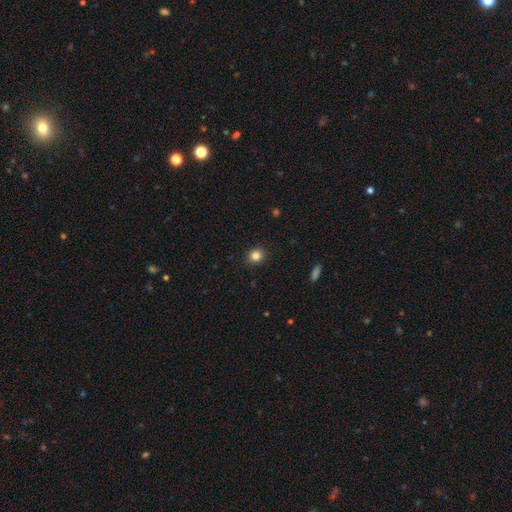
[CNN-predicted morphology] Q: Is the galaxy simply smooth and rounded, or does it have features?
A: smooth — 84%.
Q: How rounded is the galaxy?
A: round — 83%.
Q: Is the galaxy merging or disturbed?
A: none — 90%.